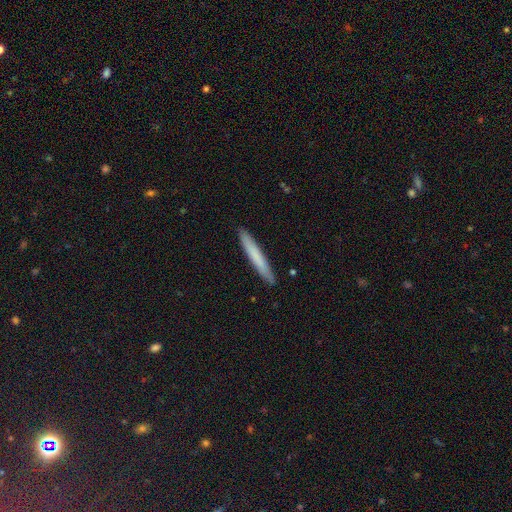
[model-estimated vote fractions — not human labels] Smooth or featured? smooth (73%)
How rounded? cigar-shaped (96%)
Merging? none (91%)